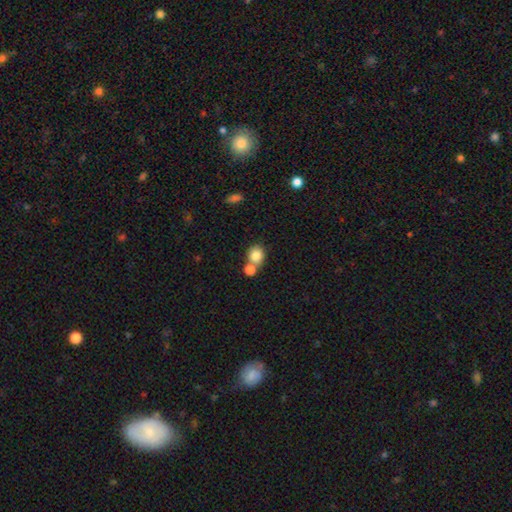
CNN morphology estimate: Smooth or featured? Predicted: smooth (p=0.83). How rounded? Predicted: round (p=0.72). Merging? Predicted: none (p=0.44, tied with merger).